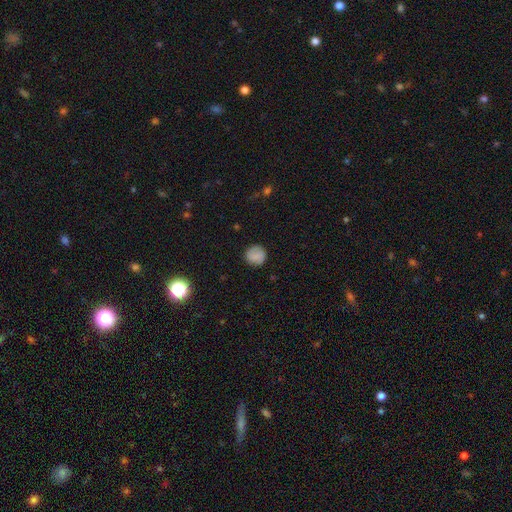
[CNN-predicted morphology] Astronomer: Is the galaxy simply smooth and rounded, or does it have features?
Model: smooth — 80%.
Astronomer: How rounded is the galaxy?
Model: round — 90%.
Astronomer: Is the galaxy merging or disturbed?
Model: none — 85%.